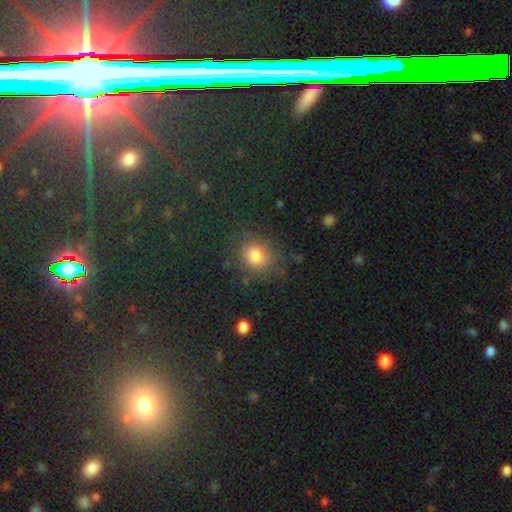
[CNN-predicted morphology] Smooth or featured? Predicted: smooth (p=0.73). How rounded? Predicted: round (p=0.80). Merging? Predicted: none (p=0.79).